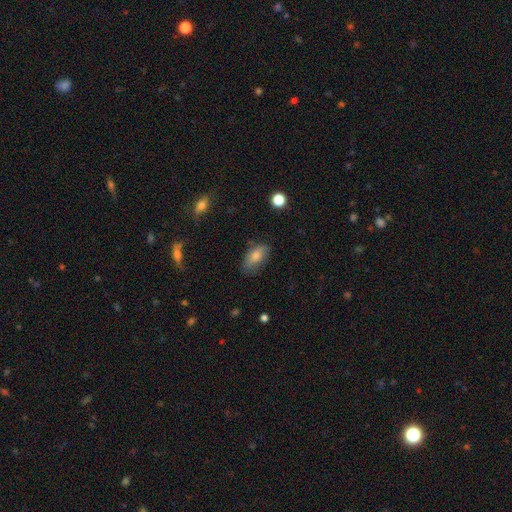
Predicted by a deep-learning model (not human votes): The model was most divided on "merging": none: 69%, minor disturbance: 24%, major disturbance: 5%, merger: 2%. More confident: how rounded — in between (90%); smooth or featured — smooth (78%).